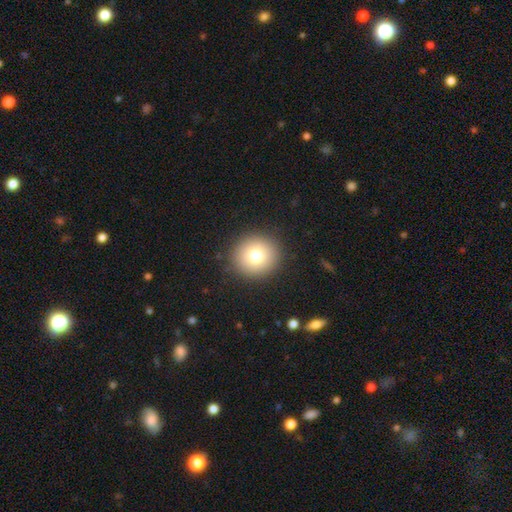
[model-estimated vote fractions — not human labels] Morphology: type=smooth (76%); roundness=round (92%); merging=none (90%).